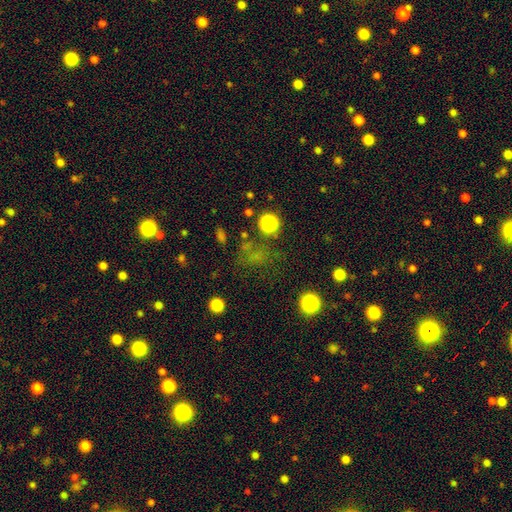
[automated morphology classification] type=smooth (53%); roundness=round (60%); merging=none (59%).